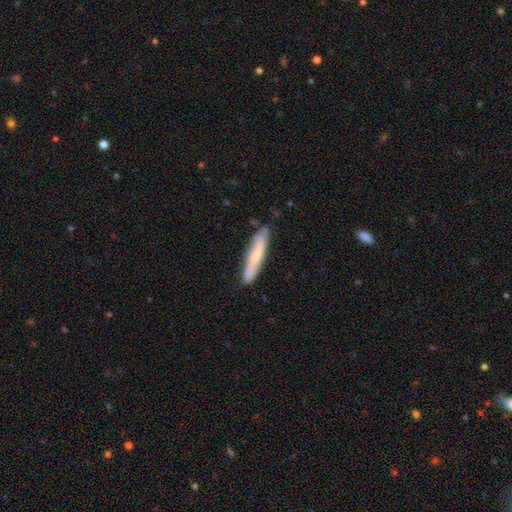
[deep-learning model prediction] A smooth galaxy with no disk features (56%) that is cigar-shaped (88%). Merging: none (82%).